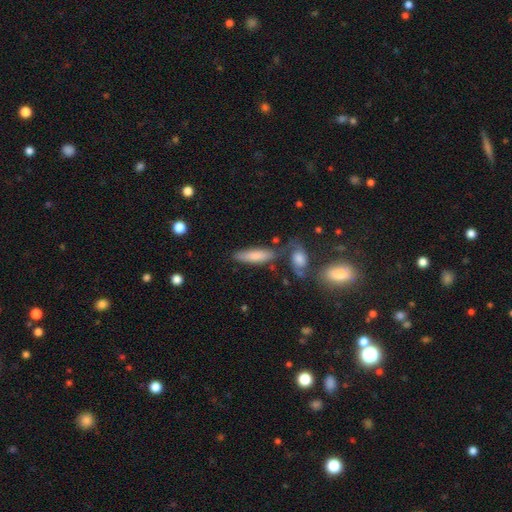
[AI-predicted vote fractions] Smooth or featured: smooth — 74% (featured or disk — 20%)
How rounded: cigar-shaped — 55% (in between — 42%)
Merging: none — 62% (minor disturbance — 18%)